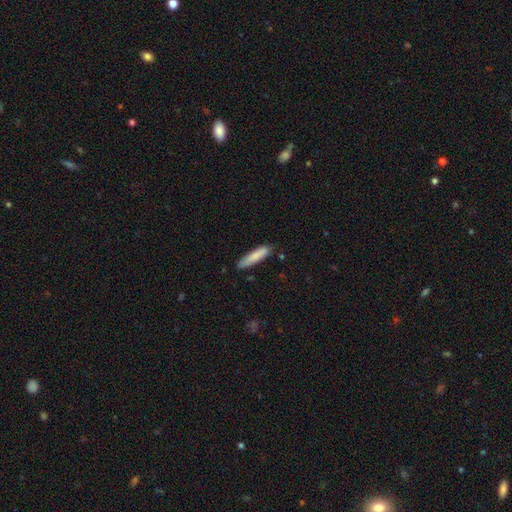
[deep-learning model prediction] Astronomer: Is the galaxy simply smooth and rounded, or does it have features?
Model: smooth — 83%.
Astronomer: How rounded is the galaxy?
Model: cigar-shaped — 83%.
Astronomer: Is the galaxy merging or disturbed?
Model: none — 83%.